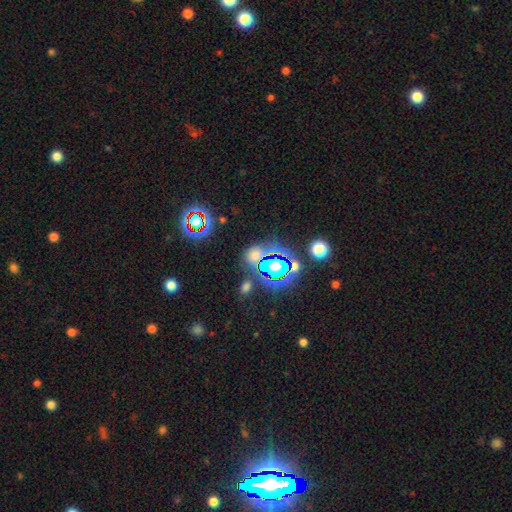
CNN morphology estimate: Smooth or featured? Predicted: star or artifact (p=0.57).